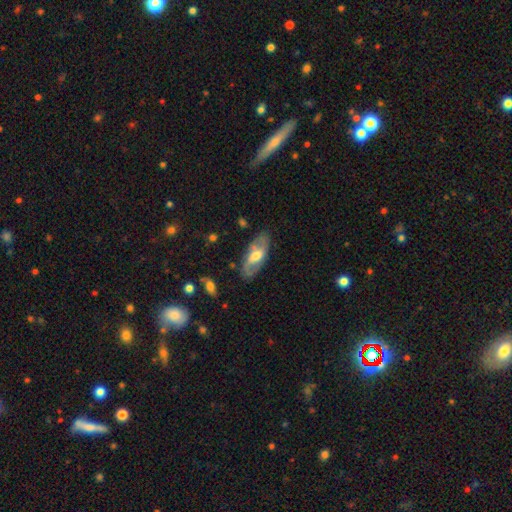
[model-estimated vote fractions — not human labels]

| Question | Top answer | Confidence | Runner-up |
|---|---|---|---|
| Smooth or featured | featured or disk | 60% | smooth (34%) |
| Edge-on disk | no | 85% | yes (15%) |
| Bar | weak | 45% | no (36%) |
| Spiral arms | yes | 68% | no (32%) |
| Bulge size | moderate | 66% | large (16%) |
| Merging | none | 77% | minor disturbance (16%) |